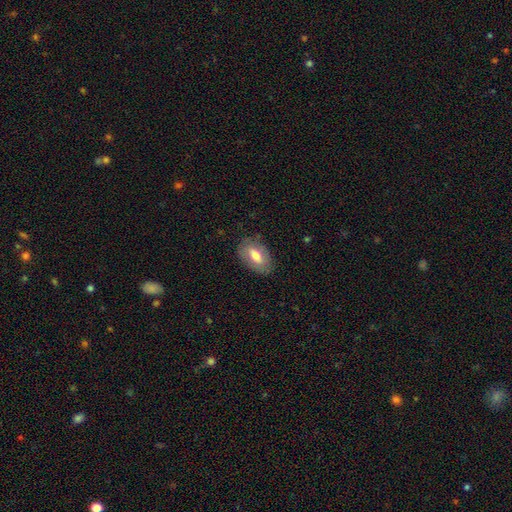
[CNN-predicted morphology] A smooth galaxy with no disk features (67%) that is in between round and cigar-shaped (91%).

Vote fractions:
- Smooth or featured? smooth: 67% / featured or disk: 26% / star or artifact: 7%
- How rounded? in between: 91% / round: 7% / cigar-shaped: 3%
- Merging? none: 79% / minor disturbance: 15% / major disturbance: 4% / merger: 1%